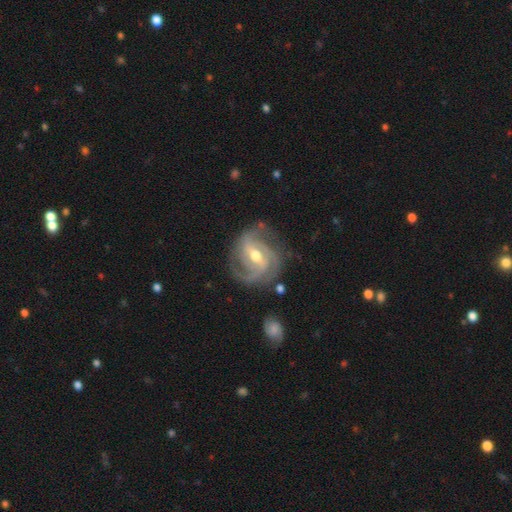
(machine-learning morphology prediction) A featured or disk galaxy (91%) with a weak bar (45%), 3 (48%) tight (46%) spiral arms (98%) and a moderate central bulge (71%). Merging: none (74%).